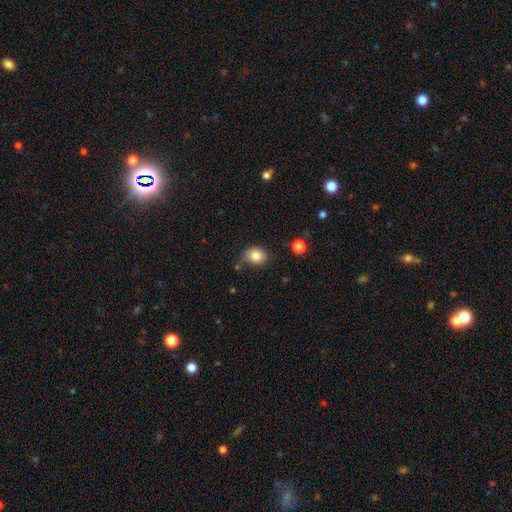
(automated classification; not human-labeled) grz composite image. It shows a smooth galaxy with no disk features (83%) that is round (59%). Merging: none (65%).